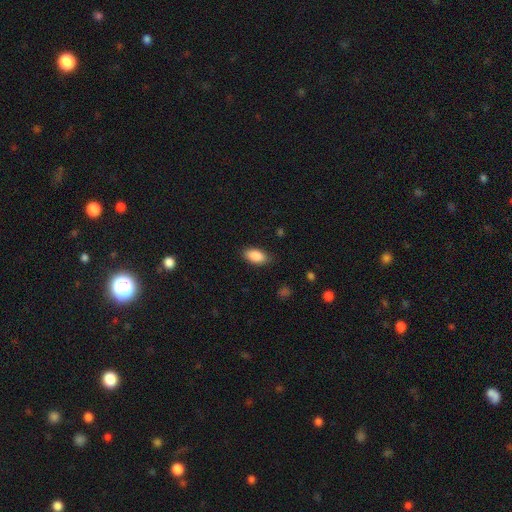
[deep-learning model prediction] smooth_or_featured: smooth (p=0.88) [alt: star or artifact p=0.07]
how_rounded: in between (p=0.93) [alt: cigar-shaped p=0.04]
merging: none (p=0.85) [alt: minor disturbance p=0.11]